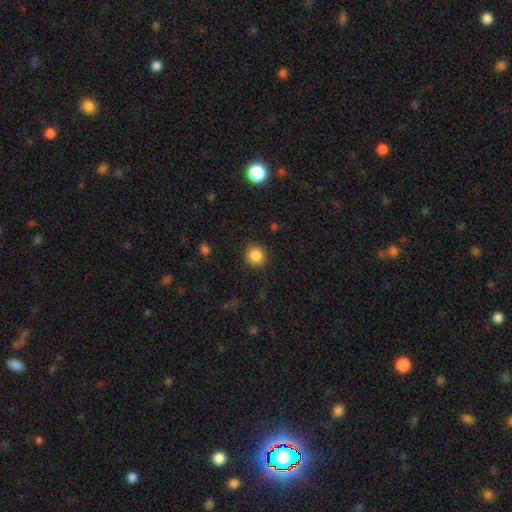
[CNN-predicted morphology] smooth 85%, star or artifact 10%, featured or disk 4%. Down the decision tree: how rounded — round (88%); merging — none (90%).